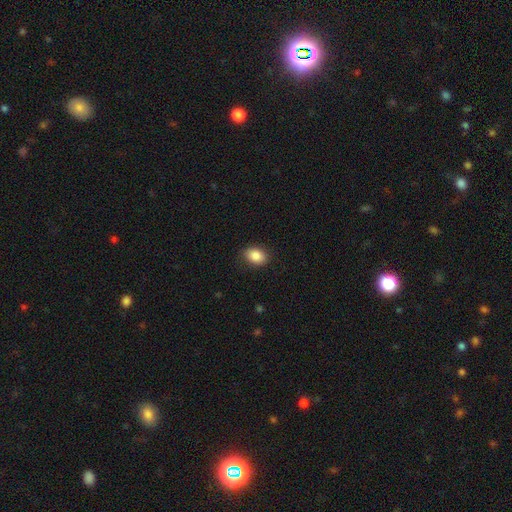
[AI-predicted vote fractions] Smooth or featured? smooth (87%)
How rounded? in between (76%)
Merging? none (84%)